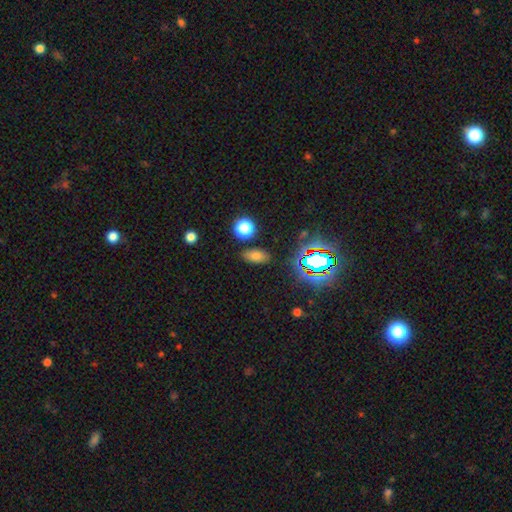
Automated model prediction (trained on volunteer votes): Smooth or featured: smooth — 67% (star or artifact — 23%)
How rounded: in between — 82% (round — 11%)
Merging: none — 86% (minor disturbance — 9%)